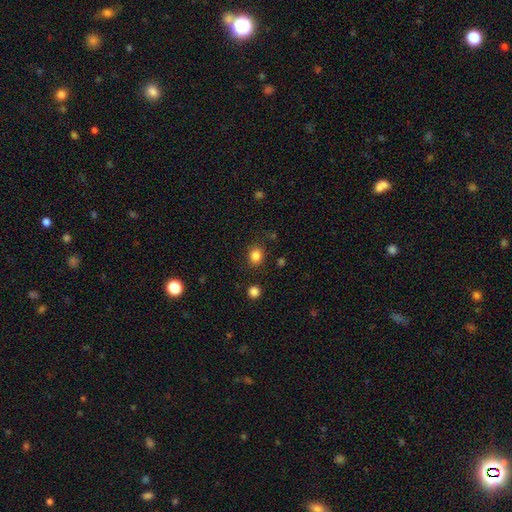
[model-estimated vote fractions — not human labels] Smooth or featured?
  - smooth: 84% *
  - star or artifact: 12%
  - featured or disk: 4%
How rounded?
  - round: 72% *
  - in between: 27%
  - cigar-shaped: 1%
Merging?
  - none: 84% *
  - minor disturbance: 10%
  - major disturbance: 3%
  - merger: 2%